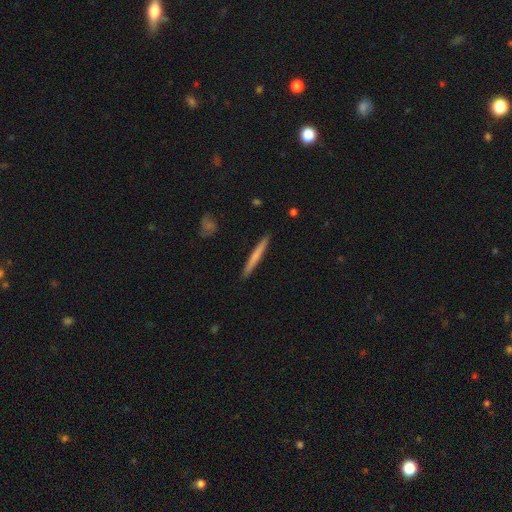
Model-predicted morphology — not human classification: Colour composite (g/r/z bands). It shows a smooth galaxy with no disk features (61%) that is cigar-shaped (97%). Merging: none (92%).